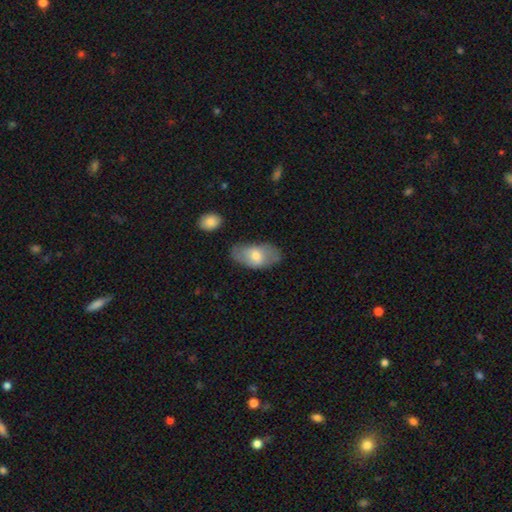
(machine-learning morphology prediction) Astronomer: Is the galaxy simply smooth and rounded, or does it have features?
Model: smooth — 59% (runner-up: featured or disk, 35%).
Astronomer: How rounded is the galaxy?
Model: in between — 93%.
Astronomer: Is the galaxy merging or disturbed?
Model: none — 71%.